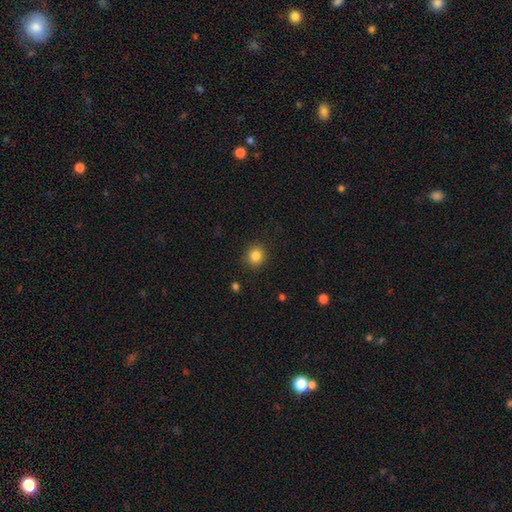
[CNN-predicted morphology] Smooth or featured: smooth — 84% (star or artifact — 11%)
How rounded: round — 88% (in between — 11%)
Merging: none — 90% (minor disturbance — 6%)